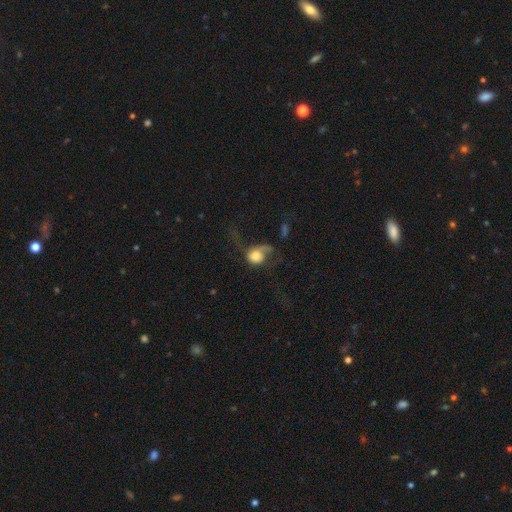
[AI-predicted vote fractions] Q: Smooth or featured?
A: smooth (60%); runner-up: featured or disk (31%)
Q: How rounded?
A: round (71%); runner-up: in between (27%)
Q: Merging?
A: major disturbance (54%); runner-up: none (23%)